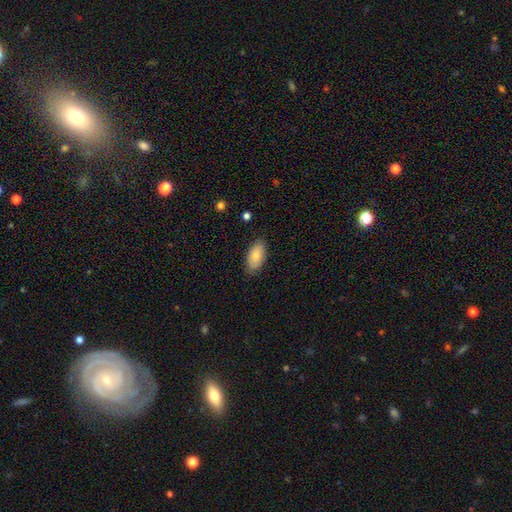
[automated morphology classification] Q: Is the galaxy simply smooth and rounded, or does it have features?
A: smooth — 79%.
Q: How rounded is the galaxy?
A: in between — 93%.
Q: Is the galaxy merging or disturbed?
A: none — 82%.